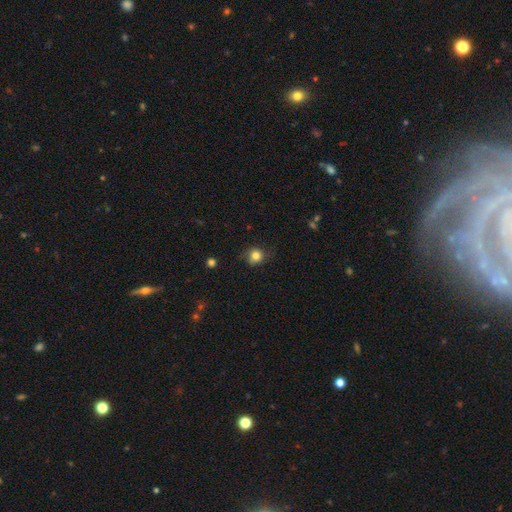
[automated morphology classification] smooth-or-featured: smooth: 82% | star or artifact: 11% | featured or disk: 7%
  how-rounded: round: 80% | in between: 19% | cigar-shaped: 1%
  merging: none: 75% | minor disturbance: 20% | major disturbance: 5% | merger: 1%